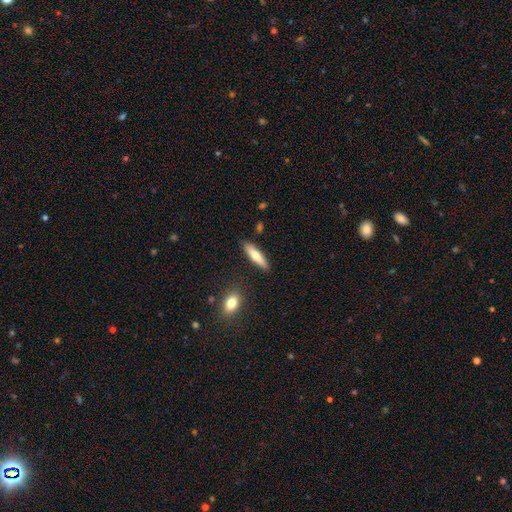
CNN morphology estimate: smooth_or_featured: smooth (p=0.62) [alt: featured or disk p=0.32]
how_rounded: cigar-shaped (p=0.75) [alt: in between p=0.23]
merging: none (p=0.87) [alt: minor disturbance p=0.08]